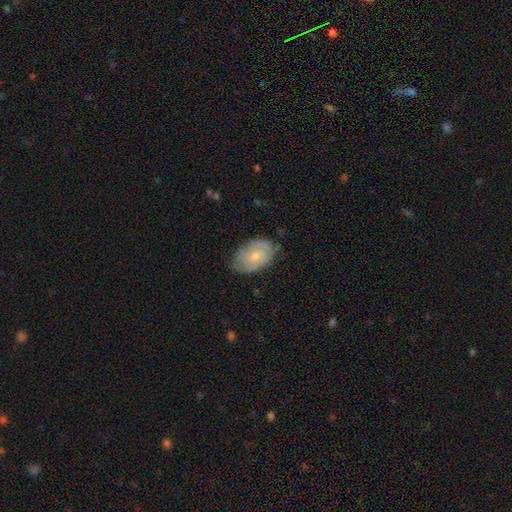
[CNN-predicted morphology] featured or disk 48%, smooth 46%, star or artifact 7%. Down the decision tree: merging — none (68%).